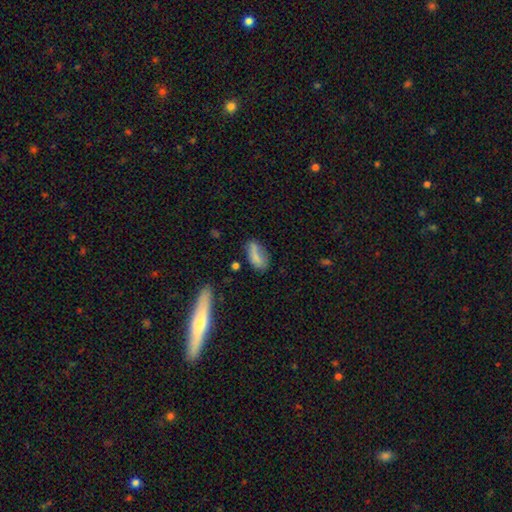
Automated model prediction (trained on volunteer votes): smooth-or-featured: smooth: 75% | featured or disk: 16% | star or artifact: 9%
  how-rounded: in between: 84% | cigar-shaped: 12% | round: 4%
  merging: none: 53% | minor disturbance: 28% | major disturbance: 12% | merger: 6%